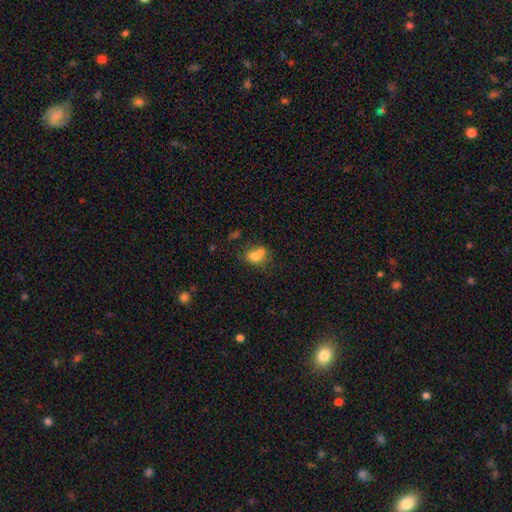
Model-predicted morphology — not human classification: smooth 71%, featured or disk 18%, star or artifact 11%. Down the decision tree: how rounded — in between (54%); merging — merger (56%).